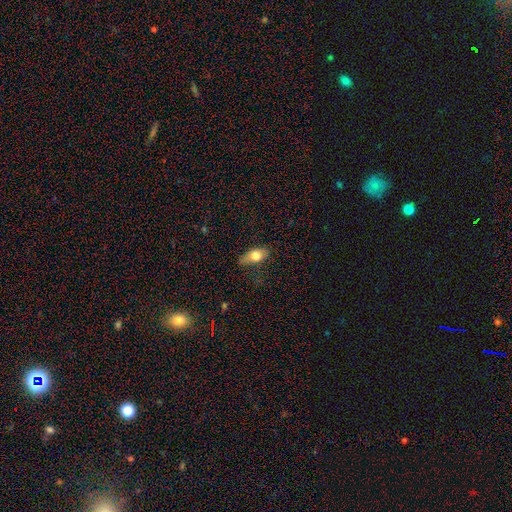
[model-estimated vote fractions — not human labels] Smooth or featured?
  - smooth: 73% *
  - featured or disk: 19%
  - star or artifact: 8%
How rounded?
  - in between: 82% *
  - cigar-shaped: 10%
  - round: 8%
Merging?
  - none: 64% *
  - minor disturbance: 27%
  - major disturbance: 8%
  - merger: 2%